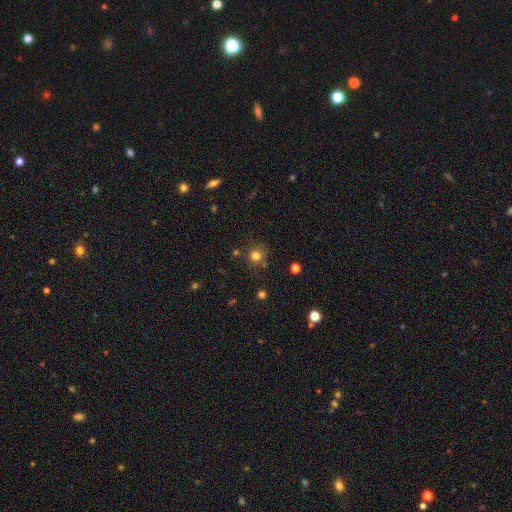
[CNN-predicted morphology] Smooth or featured? smooth (79%)
How rounded? round (90%)
Merging? none (77%)